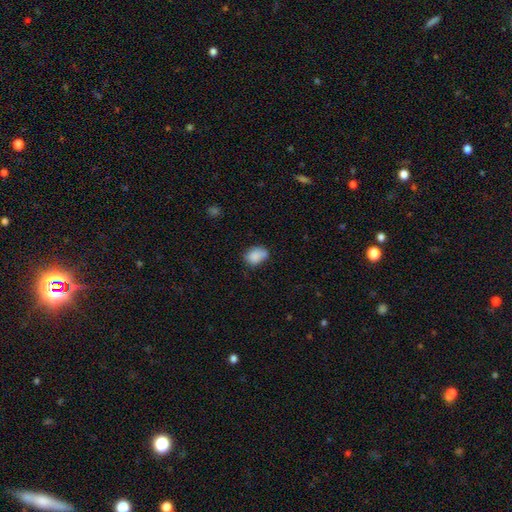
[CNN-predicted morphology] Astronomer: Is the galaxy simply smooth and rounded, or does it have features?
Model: smooth — 84%.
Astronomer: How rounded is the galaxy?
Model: in between — 69%.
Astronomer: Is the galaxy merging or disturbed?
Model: none — 54%.